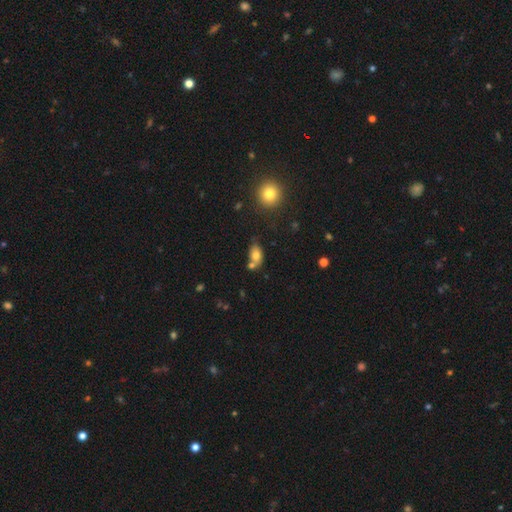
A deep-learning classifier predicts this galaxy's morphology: Smooth or featured?
  - smooth: 75% *
  - featured or disk: 15%
  - star or artifact: 11%
How rounded?
  - in between: 82% *
  - round: 16%
  - cigar-shaped: 3%
Merging?
  - none: 48% *
  - merger: 32%
  - minor disturbance: 14%
  - major disturbance: 5%